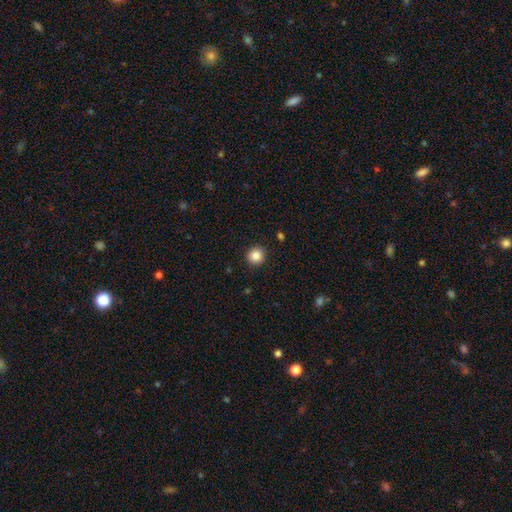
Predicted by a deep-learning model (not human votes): A smooth galaxy with no disk features (86%) that is round (91%).

Vote fractions:
- Smooth or featured? smooth: 86% / star or artifact: 10% / featured or disk: 4%
- How rounded? round: 91% / in between: 8% / cigar-shaped: 1%
- Merging? none: 92% / minor disturbance: 5% / major disturbance: 2% / merger: 1%